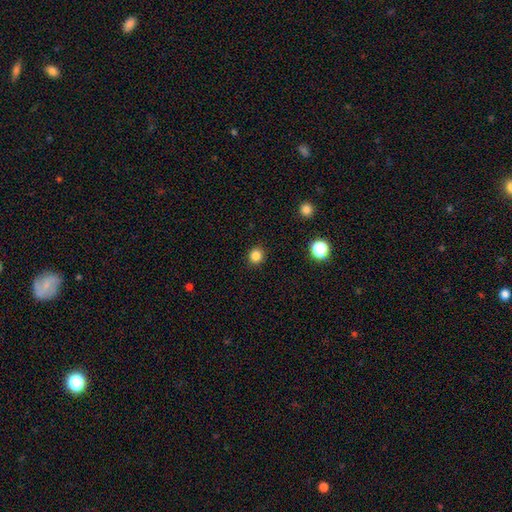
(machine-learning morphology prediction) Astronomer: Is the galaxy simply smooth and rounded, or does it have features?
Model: smooth — 84%.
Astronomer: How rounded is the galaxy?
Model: round — 86%.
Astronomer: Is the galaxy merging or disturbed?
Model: none — 91%.